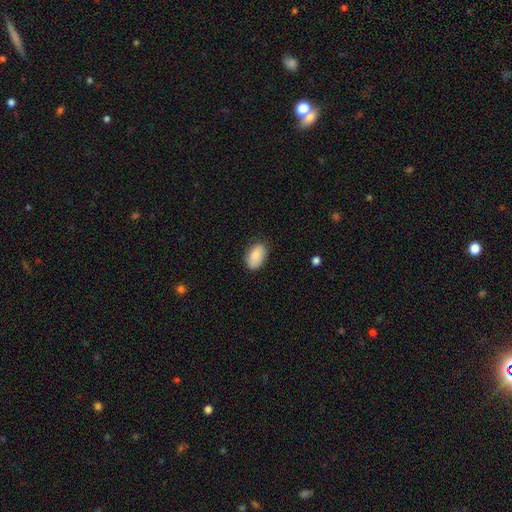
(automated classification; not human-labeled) smooth-or-featured: smooth: 86% | featured or disk: 7% | star or artifact: 7%
  how-rounded: in between: 93% | round: 6% | cigar-shaped: 1%
  merging: none: 82% | minor disturbance: 14% | major disturbance: 3% | merger: 1%